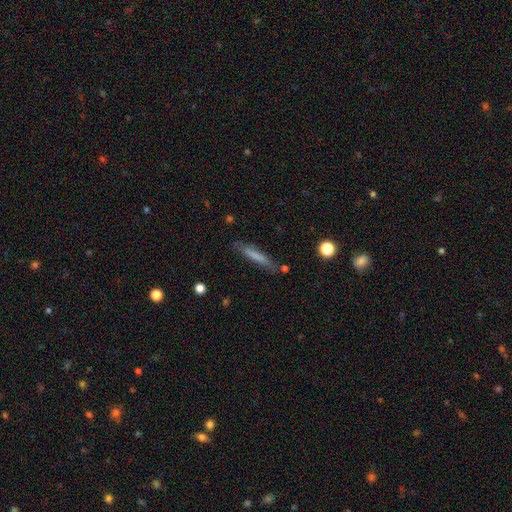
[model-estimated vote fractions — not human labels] Smooth or featured: smooth — 68% (featured or disk — 25%)
How rounded: cigar-shaped — 92% (in between — 7%)
Merging: none — 77% (minor disturbance — 16%)